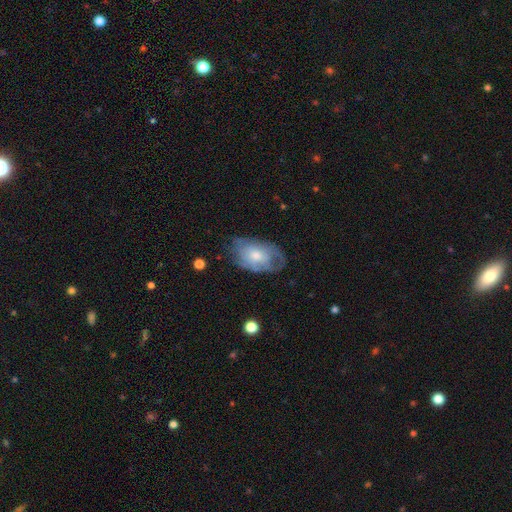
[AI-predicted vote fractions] This appears to be a featured or disk galaxy (48%). Merging: none (56%).